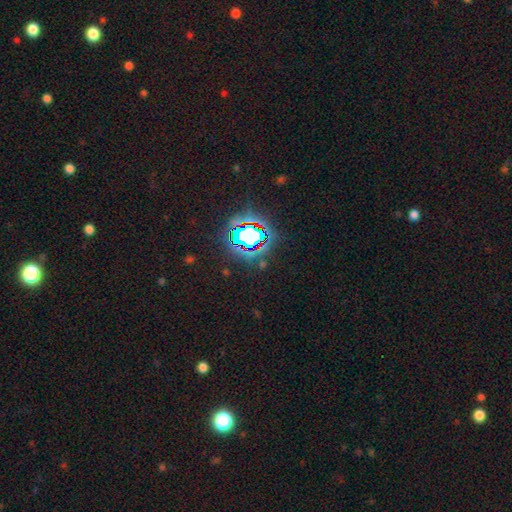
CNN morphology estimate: Q: Smooth or featured?
A: star or artifact (81%); runner-up: smooth (11%)